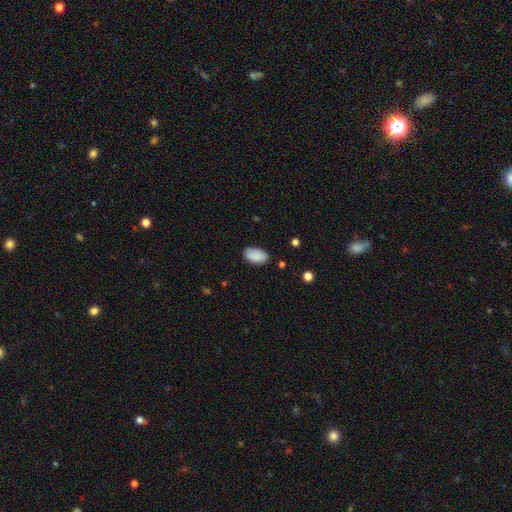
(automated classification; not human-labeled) smooth-or-featured: smooth: 89% | star or artifact: 7% | featured or disk: 4%
  how-rounded: in between: 95% | round: 4% | cigar-shaped: 2%
  merging: none: 79% | minor disturbance: 16% | major disturbance: 3% | merger: 2%